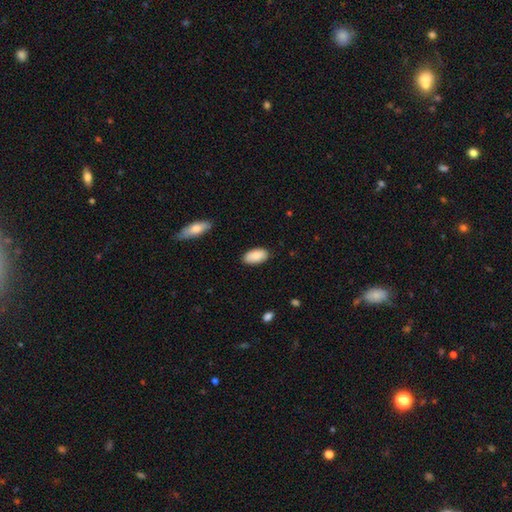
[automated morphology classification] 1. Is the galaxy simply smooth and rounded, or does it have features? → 87% smooth, 7% featured or disk, 6% star or artifact.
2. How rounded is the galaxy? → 95% in between, 3% round, 2% cigar-shaped.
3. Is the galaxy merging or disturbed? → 86% none, 10% minor disturbance, 2% major disturbance, 1% merger.